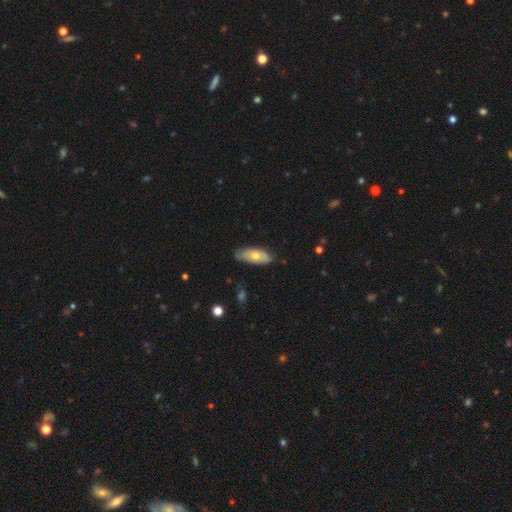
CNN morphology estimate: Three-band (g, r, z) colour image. It shows a smooth galaxy with no disk features (65%) that is in between round and cigar-shaped (79%). Merging: none (75%).